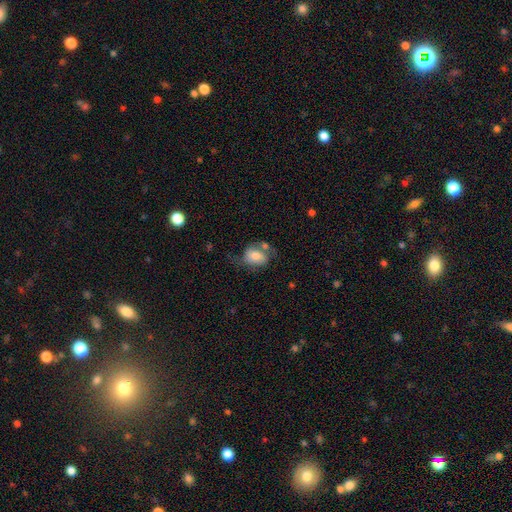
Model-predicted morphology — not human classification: Smooth or featured? Predicted: smooth (p=0.55). How rounded? Predicted: in between (p=0.66). Merging? Predicted: none (p=0.41).